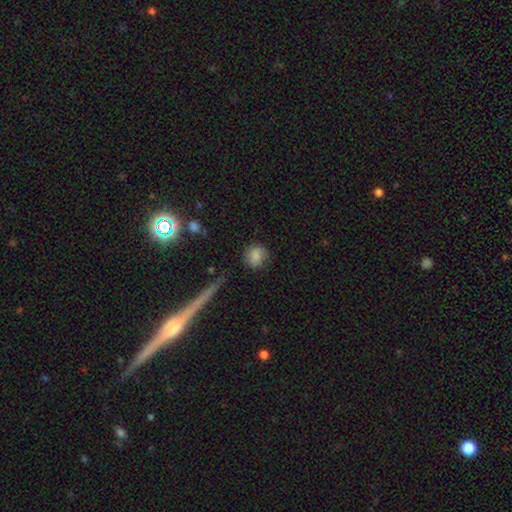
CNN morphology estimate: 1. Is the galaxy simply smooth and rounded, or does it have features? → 79% smooth, 13% featured or disk, 9% star or artifact.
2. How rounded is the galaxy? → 82% round, 17% in between, 2% cigar-shaped.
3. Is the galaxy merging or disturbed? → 76% none, 17% minor disturbance, 5% major disturbance, 2% merger.